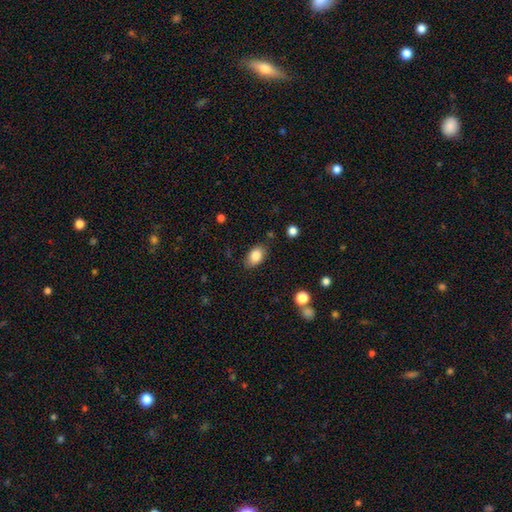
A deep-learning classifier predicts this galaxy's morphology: type=smooth (84%); roundness=in between (87%); merging=none (81%).